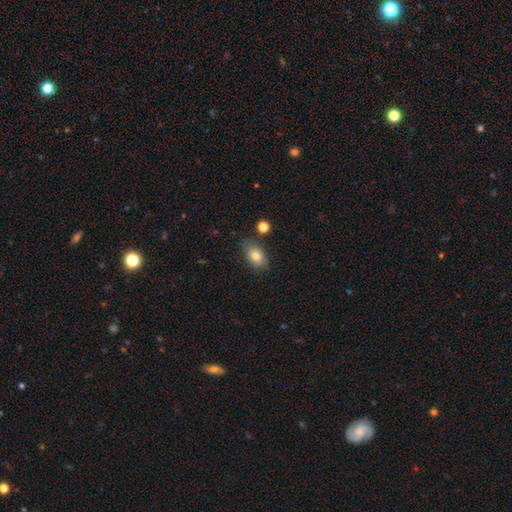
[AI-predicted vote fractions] Morphology: type=smooth (79%); roundness=in between (85%); merging=none (75%).